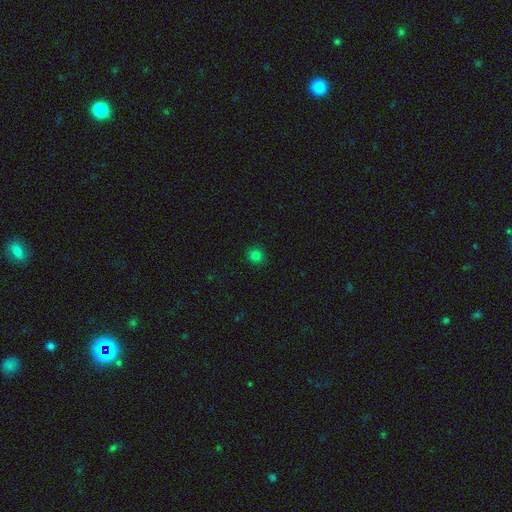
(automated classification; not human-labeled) A smooth galaxy with no disk features (80%) that is round (88%).

Vote fractions:
- Smooth or featured? smooth: 80% / star or artifact: 15% / featured or disk: 5%
- How rounded? round: 88% / in between: 11% / cigar-shaped: 1%
- Merging? none: 91% / minor disturbance: 7% / major disturbance: 2% / merger: 1%